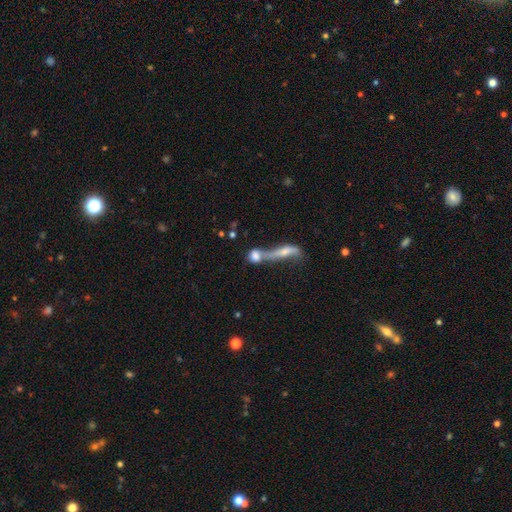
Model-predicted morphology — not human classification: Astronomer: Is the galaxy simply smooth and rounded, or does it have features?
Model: smooth — 64%.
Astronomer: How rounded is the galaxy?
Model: round — 38% (runner-up: in between, 36%).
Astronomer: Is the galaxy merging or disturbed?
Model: merger — 65%.